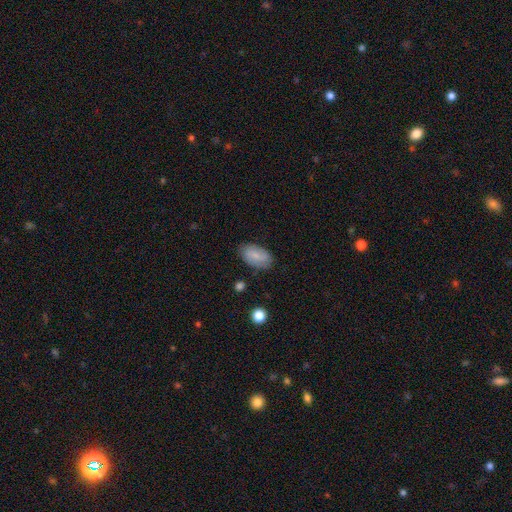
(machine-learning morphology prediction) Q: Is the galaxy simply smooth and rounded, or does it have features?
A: smooth — 66%.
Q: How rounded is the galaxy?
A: in between — 93%.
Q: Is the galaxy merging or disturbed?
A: none — 80%.